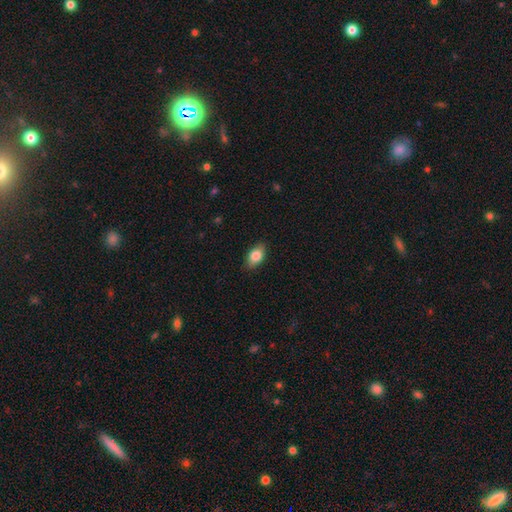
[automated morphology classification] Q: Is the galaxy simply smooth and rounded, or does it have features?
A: smooth — 83%.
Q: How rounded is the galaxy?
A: in between — 88%.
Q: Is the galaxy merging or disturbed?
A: none — 87%.